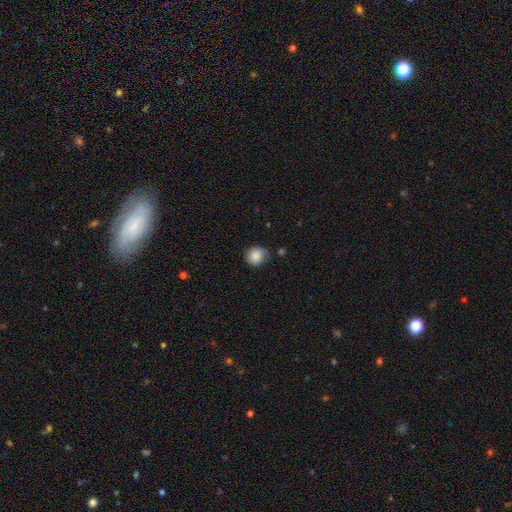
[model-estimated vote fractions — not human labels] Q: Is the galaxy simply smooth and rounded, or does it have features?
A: smooth — 83%.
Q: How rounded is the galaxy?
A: round — 80%.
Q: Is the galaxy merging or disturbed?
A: none — 69%.